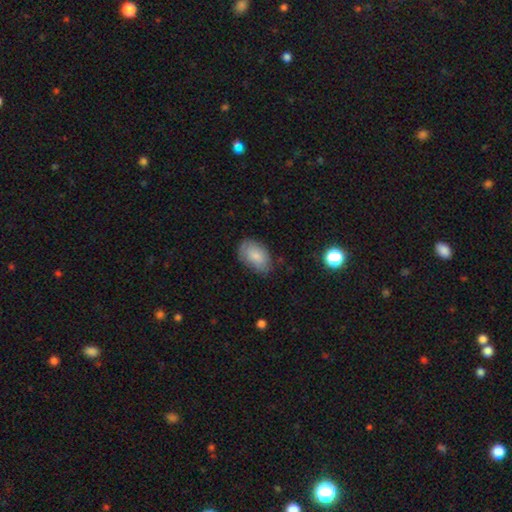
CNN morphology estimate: Overall: smooth (81%). How rounded: in between (90%). Merging: none (74%).